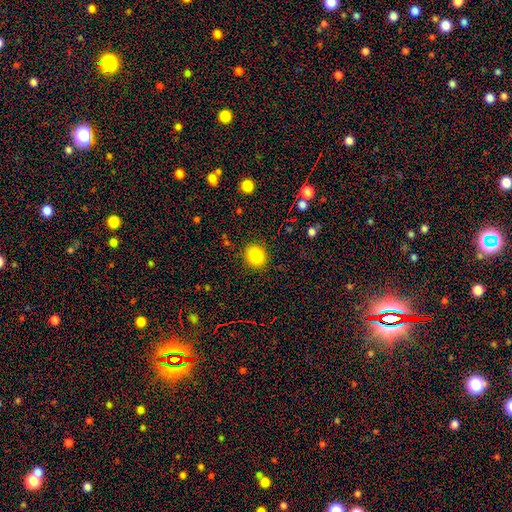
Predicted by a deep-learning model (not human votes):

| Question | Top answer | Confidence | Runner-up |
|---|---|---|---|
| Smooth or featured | smooth | 85% | star or artifact (10%) |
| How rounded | round | 75% | in between (24%) |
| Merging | none | 89% | minor disturbance (7%) |